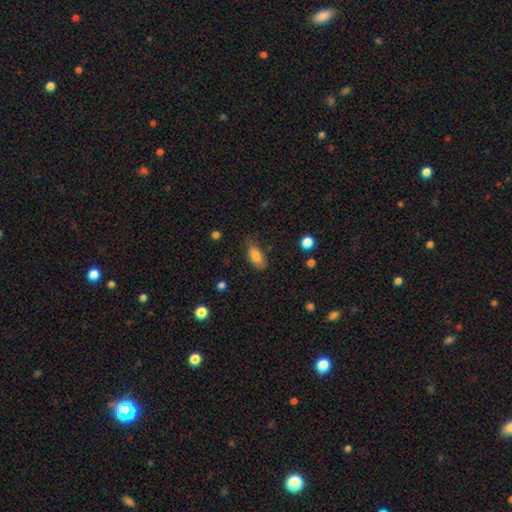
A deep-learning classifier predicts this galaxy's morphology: type=smooth (83%); roundness=in between (85%); merging=none (72%).